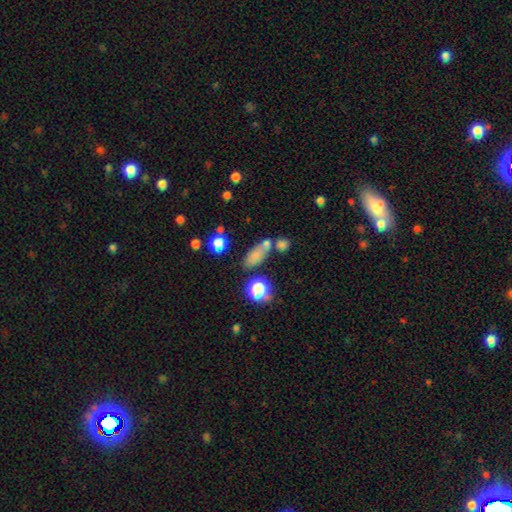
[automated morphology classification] smooth_or_featured: smooth (p=0.70) [alt: star or artifact p=0.18]
how_rounded: in between (p=0.62) [alt: cigar-shaped p=0.24]
merging: none (p=0.55) [alt: merger p=0.22]